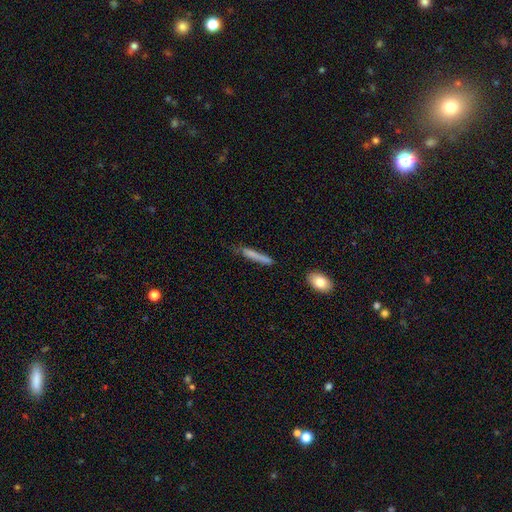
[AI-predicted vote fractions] Morphology: type=smooth (70%); roundness=cigar-shaped (92%); merging=none (69%).